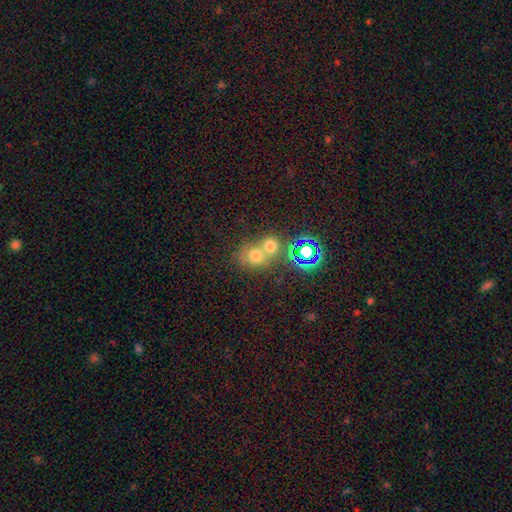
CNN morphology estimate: A smooth galaxy with no disk features (65%) that is round (76%). Merging: merger (53%).